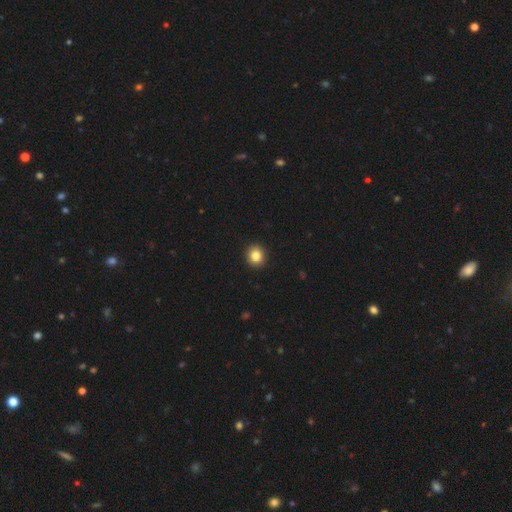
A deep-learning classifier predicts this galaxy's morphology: This is clearly a smooth galaxy (83%). How rounded: clearly round (86%). Merging: clearly none (93%).